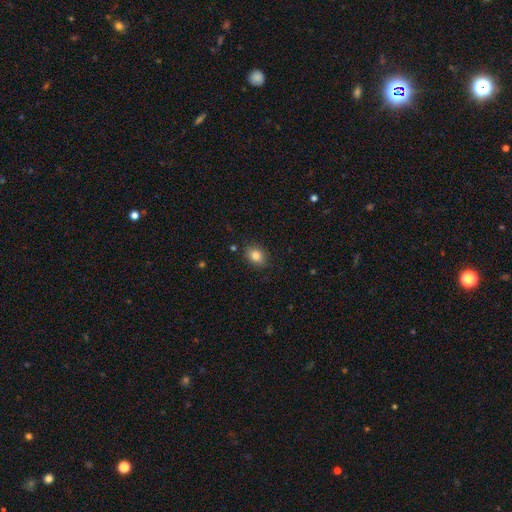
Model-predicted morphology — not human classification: A smooth galaxy with no disk features (83%) that is in between round and cigar-shaped (56%).

Vote fractions:
- Smooth or featured? smooth: 83% / star or artifact: 10% / featured or disk: 7%
- How rounded? in between: 56% / round: 43% / cigar-shaped: 1%
- Merging? none: 86% / minor disturbance: 10% / major disturbance: 2% / merger: 1%